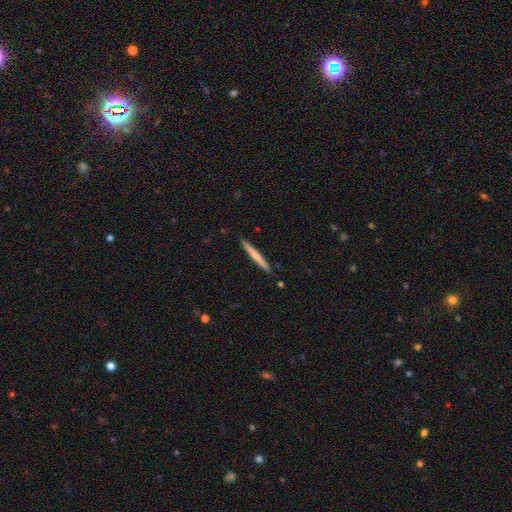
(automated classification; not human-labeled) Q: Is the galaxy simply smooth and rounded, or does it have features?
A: smooth — 56%.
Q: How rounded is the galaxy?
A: cigar-shaped — 97%.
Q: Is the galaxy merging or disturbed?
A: none — 91%.